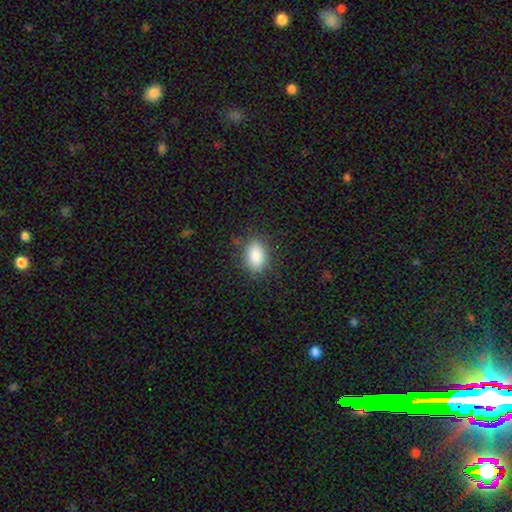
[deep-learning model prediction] Overall: smooth (87%). How rounded: in between (87%). Merging: none (84%).